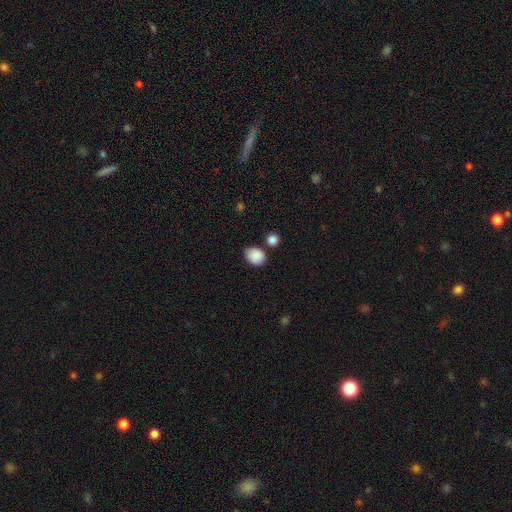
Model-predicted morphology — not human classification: Overall: smooth (87%). How rounded: in between (58%; round 41%). Merging: none (64%).